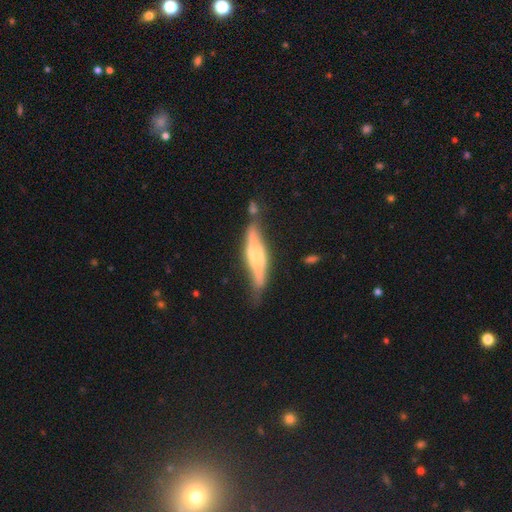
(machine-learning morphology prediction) This appears to be a featured or disk galaxy (61%) viewed edge-on (85%) with a rounded central bulge (71%). Merging: none (62%).